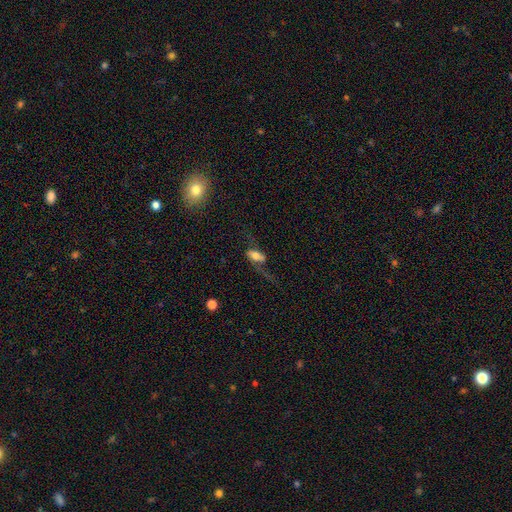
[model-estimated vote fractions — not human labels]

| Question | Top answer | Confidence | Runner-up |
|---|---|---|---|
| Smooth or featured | featured or disk | 46% | smooth (45%) |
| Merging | none | 38% | tied: major disturbance (38%) |